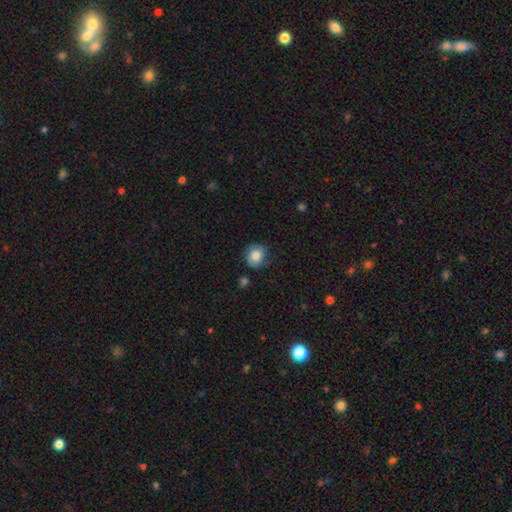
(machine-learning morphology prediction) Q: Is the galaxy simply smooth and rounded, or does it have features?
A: smooth — 74%.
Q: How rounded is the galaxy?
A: round — 81%.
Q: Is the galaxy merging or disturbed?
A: none — 73%.